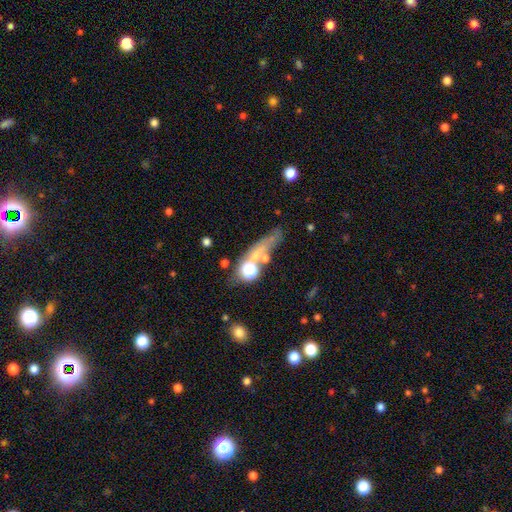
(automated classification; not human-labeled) The model was most divided on "smooth or featured": smooth: 50%, featured or disk: 29%, star or artifact: 20%. More confident: how rounded — cigar-shaped (57%); merging — none (53%).